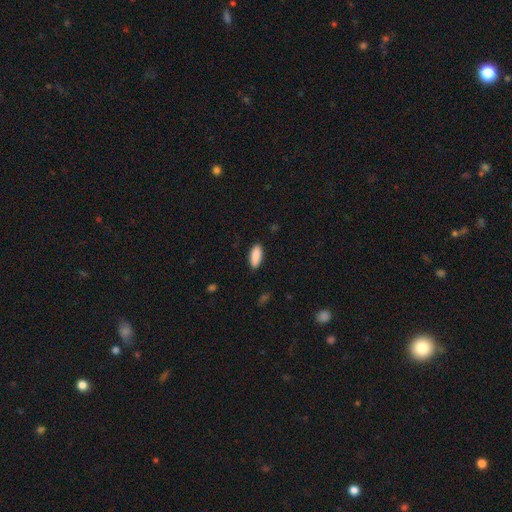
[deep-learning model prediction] This appears to be a smooth galaxy with no disk features (90%) that is in between round and cigar-shaped (82%). Merging: none (88%).